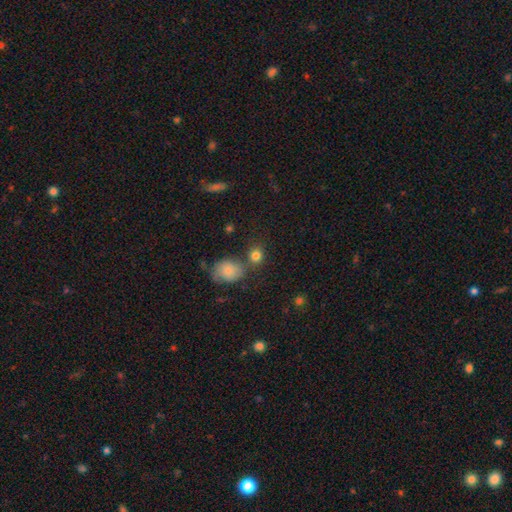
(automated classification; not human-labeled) A smooth galaxy with no disk features (82%) that is round (75%).

Vote fractions:
- Smooth or featured? smooth: 82% / star or artifact: 11% / featured or disk: 7%
- How rounded? round: 75% / in between: 24% / cigar-shaped: 1%
- Merging? none: 67% / merger: 18% / minor disturbance: 11% / major disturbance: 4%